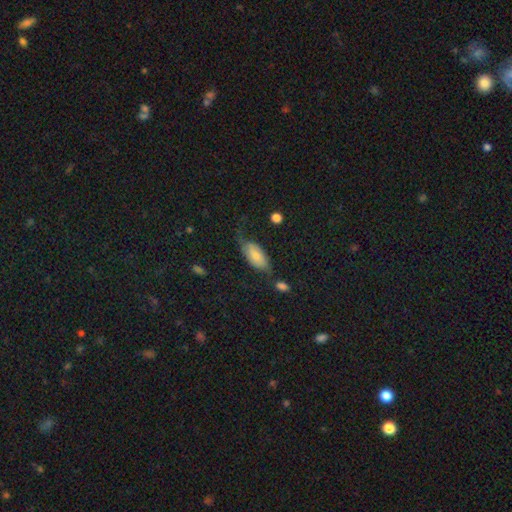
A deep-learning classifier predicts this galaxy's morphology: type=smooth (64%); roundness=in between (89%); merging=none (46%).